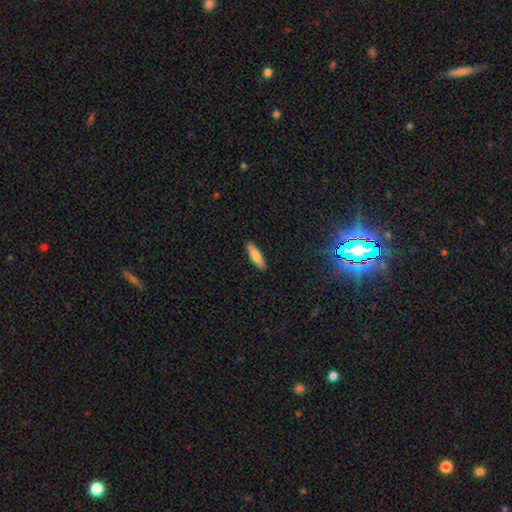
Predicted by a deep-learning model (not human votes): Overall: smooth (77%). How rounded: cigar-shaped (66%; in between 33%). Merging: none (90%).